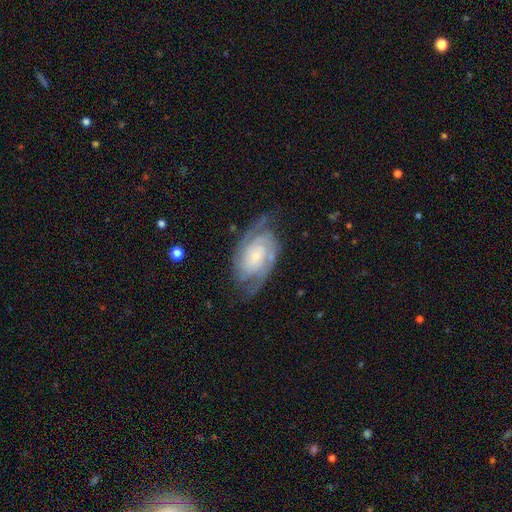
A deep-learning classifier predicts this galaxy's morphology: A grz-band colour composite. It shows a featured or disk galaxy (88%) with no bar (66%), 2 (68%) tight (60%) spiral arms (97%) and a small central bulge (69%). Merging: none (74%).